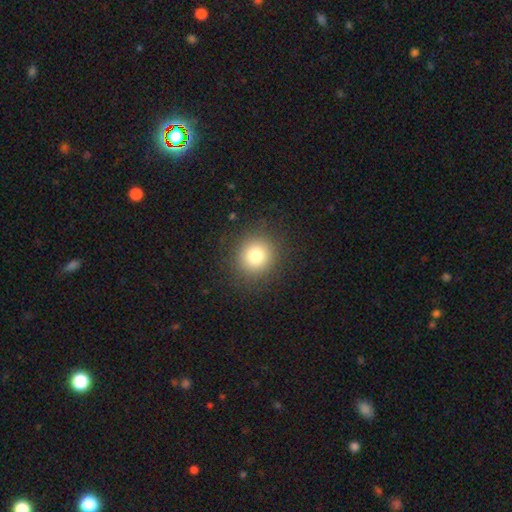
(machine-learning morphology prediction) This is likely a smooth galaxy (78%). How rounded: clearly round (90%). Merging: clearly none (89%).